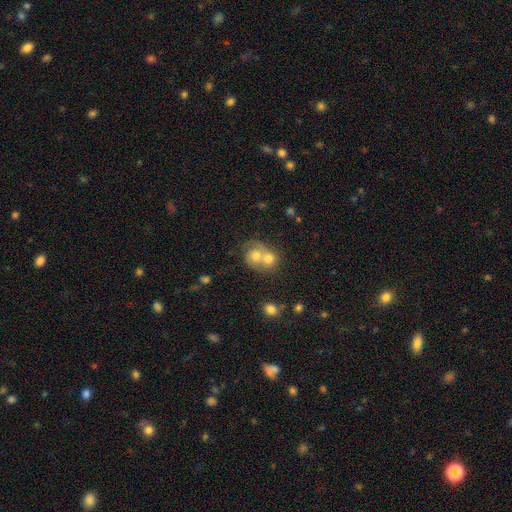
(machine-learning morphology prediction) type=smooth (56%); roundness=round (68%); merging=merger (73%).